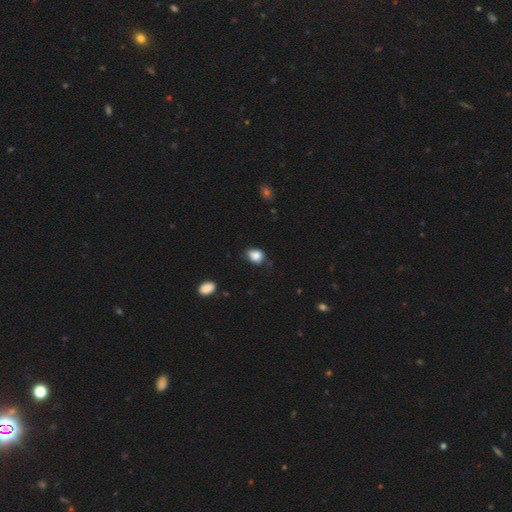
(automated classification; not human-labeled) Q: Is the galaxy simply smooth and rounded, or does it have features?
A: smooth — 82%.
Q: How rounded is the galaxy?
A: in between — 59%.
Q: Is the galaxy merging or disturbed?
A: none — 53%.